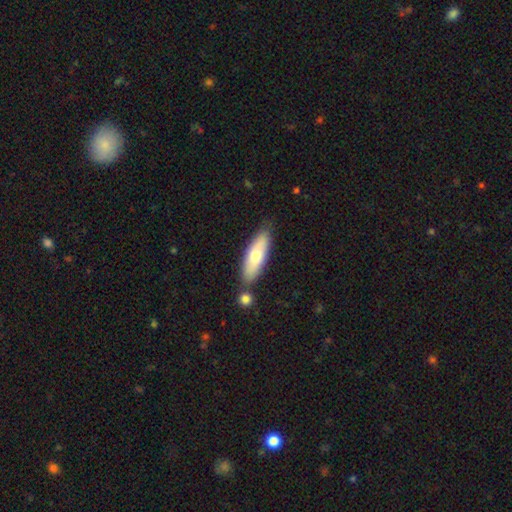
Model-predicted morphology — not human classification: smooth_or_featured: smooth (p=0.70) [alt: featured or disk p=0.25]
how_rounded: in between (p=0.49) [tied with: cigar-shaped p=0.49]
merging: none (p=0.72) [alt: minor disturbance p=0.14]